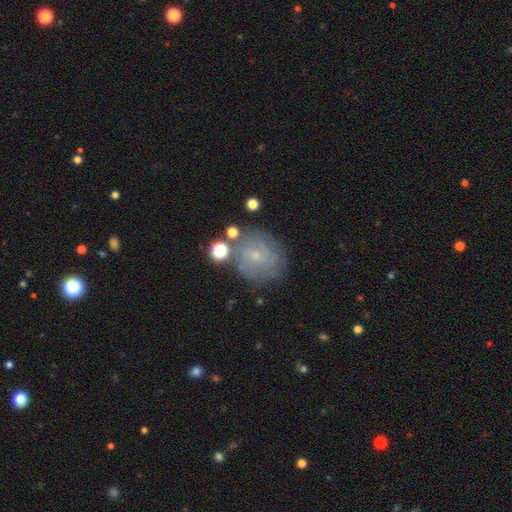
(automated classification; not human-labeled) featured or disk 54%, smooth 32%, star or artifact 14%. Down the decision tree: edge-on disk — no (96%); bar — no (63%); spiral arms — yes (74%); bulge size — small (84%); merging — none (70%).